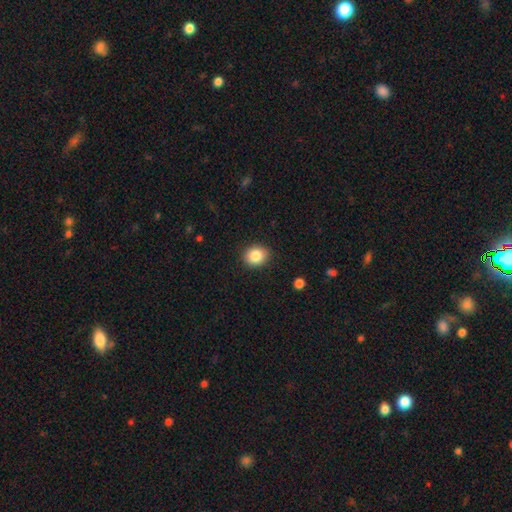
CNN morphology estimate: Smooth or featured? Predicted: smooth (p=0.85). How rounded? Predicted: round (p=0.63). Merging? Predicted: none (p=0.89).